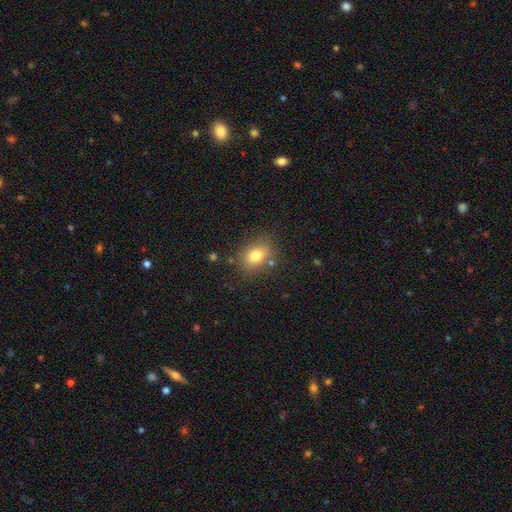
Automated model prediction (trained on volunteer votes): Morphology: type=smooth (78%); roundness=in between (64%); merging=none (79%).